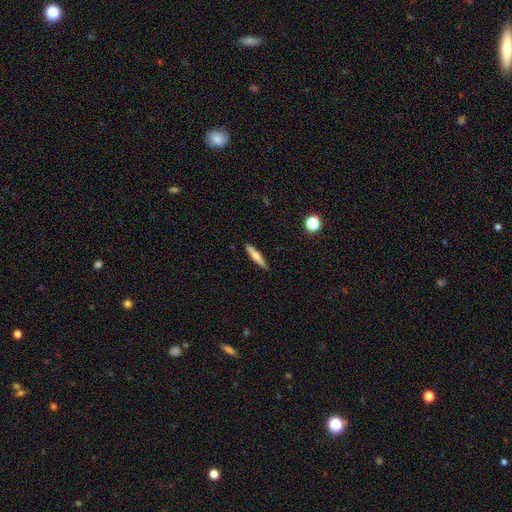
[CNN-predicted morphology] This is possibly a smooth galaxy (56%). How rounded: clearly cigar-shaped (90%). Merging: clearly none (90%).